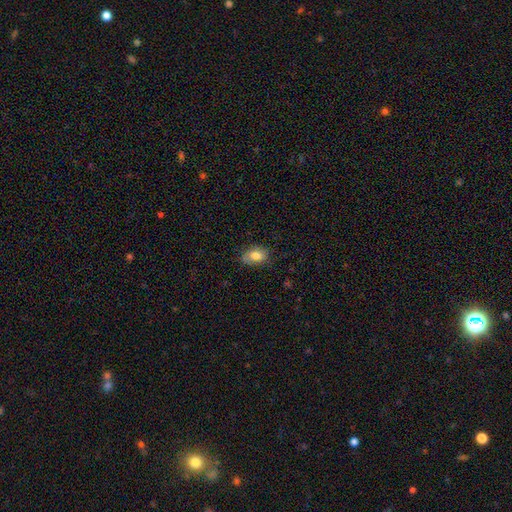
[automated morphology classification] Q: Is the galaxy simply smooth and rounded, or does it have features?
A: smooth — 79%.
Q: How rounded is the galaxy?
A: in between — 83%.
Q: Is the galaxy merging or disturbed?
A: none — 71%.